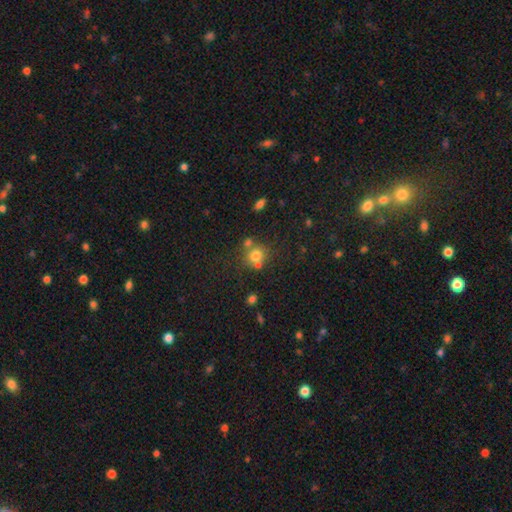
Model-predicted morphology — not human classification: Overall: smooth (73%). How rounded: round (84%). Merging: none (59%; merger 27%).